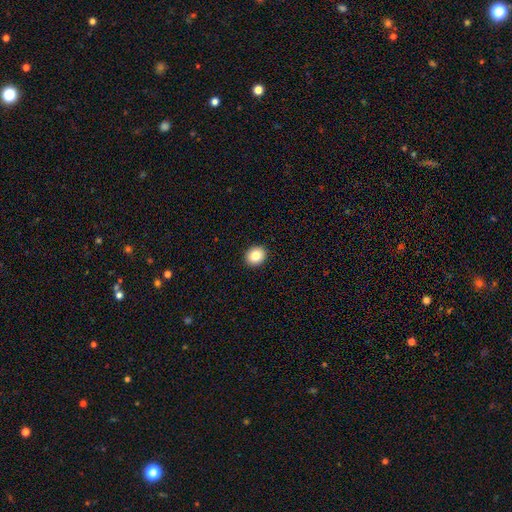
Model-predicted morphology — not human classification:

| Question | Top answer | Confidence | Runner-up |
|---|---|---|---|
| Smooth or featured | smooth | 84% | star or artifact (9%) |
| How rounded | round | 74% | in between (25%) |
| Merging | none | 93% | minor disturbance (5%) |